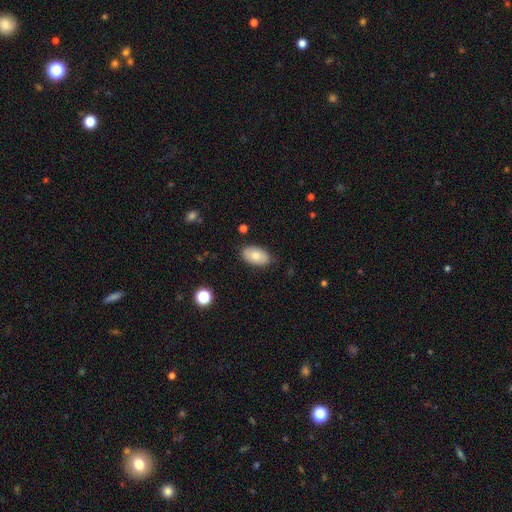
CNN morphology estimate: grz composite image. It shows a smooth galaxy with no disk features (76%) that is in between round and cigar-shaped (93%). Merging: none (84%).